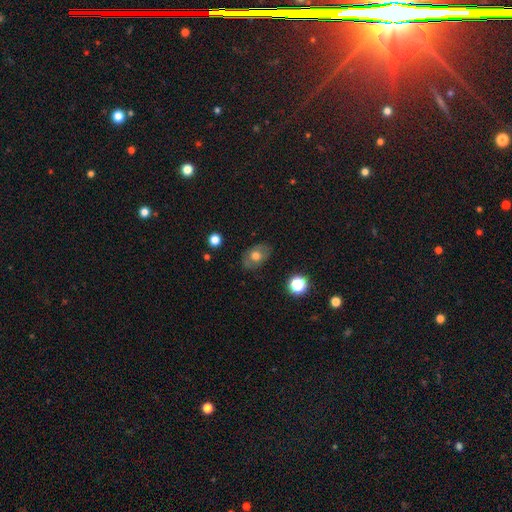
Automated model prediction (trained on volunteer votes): Smooth or featured? smooth (63%)
How rounded? in between (75%)
Merging? none (78%)